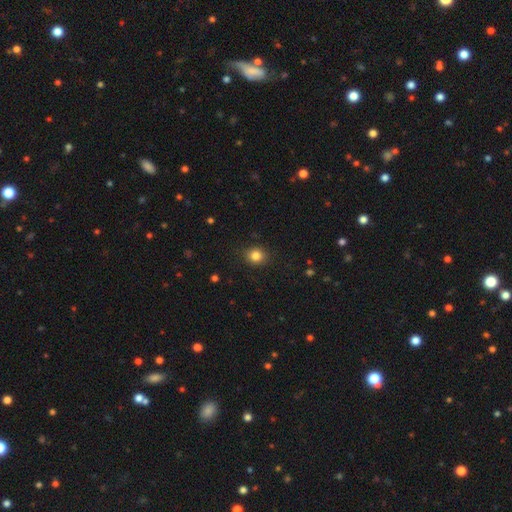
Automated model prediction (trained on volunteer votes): smooth_or_featured: smooth (p=0.84) [alt: star or artifact p=0.11]
how_rounded: round (p=0.78) [alt: in between p=0.21]
merging: none (p=0.87) [alt: minor disturbance p=0.09]